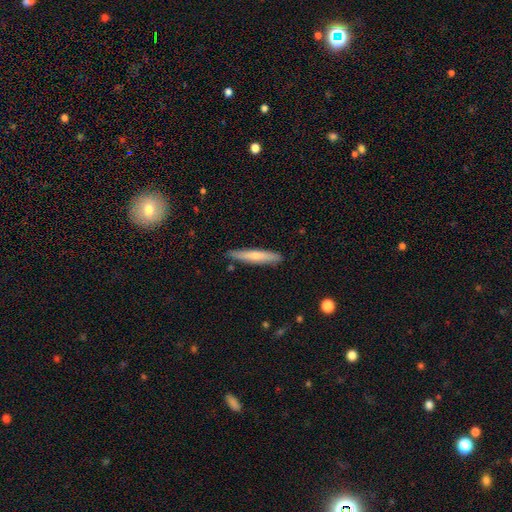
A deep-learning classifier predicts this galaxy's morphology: This appears to be a smooth galaxy with no disk features (63%) that is cigar-shaped (92%). Merging: none (87%).